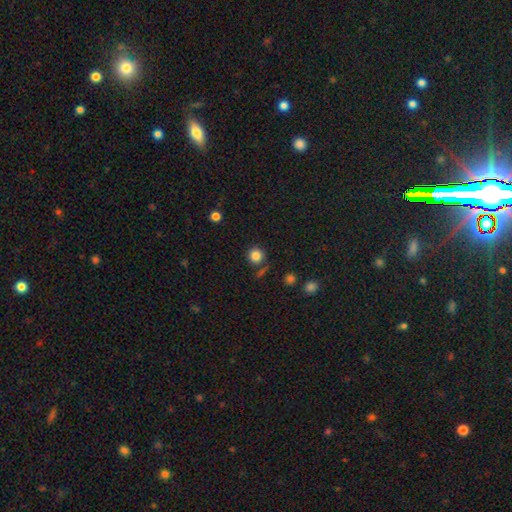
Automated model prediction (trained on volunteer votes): Q: Smooth or featured?
A: smooth (83%); runner-up: star or artifact (12%)
Q: How rounded?
A: round (93%); runner-up: in between (6%)
Q: Merging?
A: none (81%); runner-up: minor disturbance (9%)